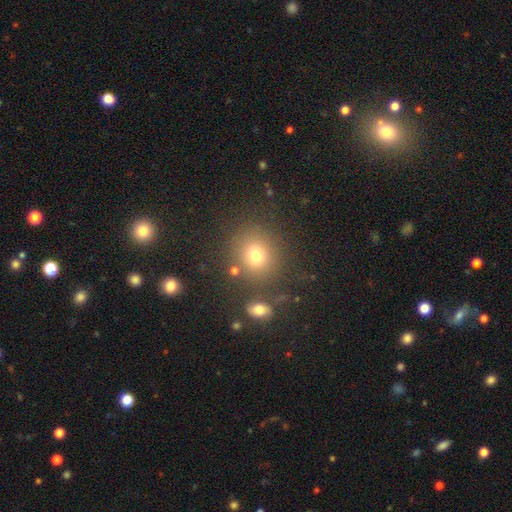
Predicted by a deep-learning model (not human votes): Smooth or featured?
  - smooth: 75% *
  - star or artifact: 16%
  - featured or disk: 9%
How rounded?
  - round: 81% *
  - in between: 18%
  - cigar-shaped: 1%
Merging?
  - none: 80% *
  - minor disturbance: 9%
  - merger: 6%
  - major disturbance: 4%